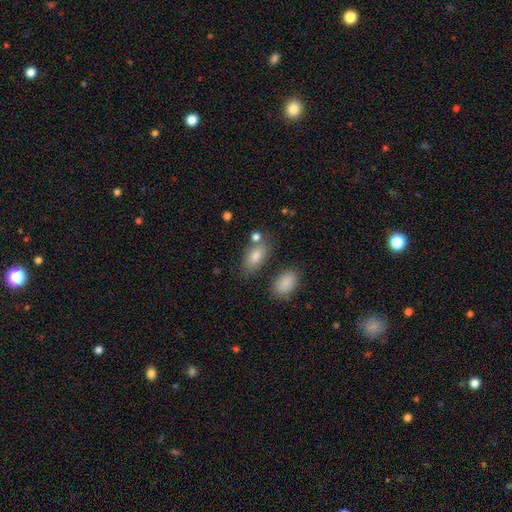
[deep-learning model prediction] This is likely a smooth galaxy (80%). How rounded: clearly in between (88%). Merging: likely none (69%).